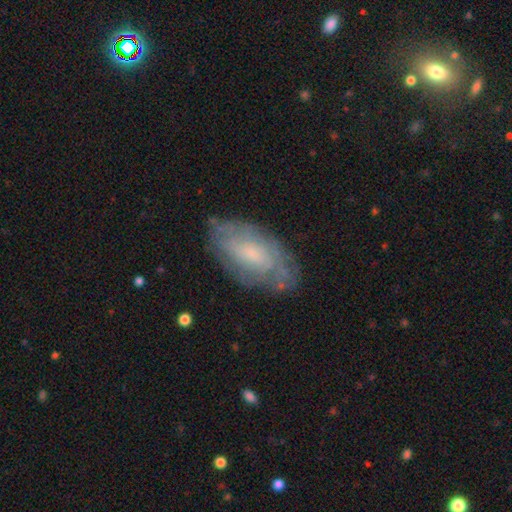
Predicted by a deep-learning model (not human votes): Overall: featured or disk (62%; smooth 31%). Edge-on disk: no (94%). Bar: no (70%). Spiral arms: yes (76%). Bulge size: small (69%). Merging: none (69%).